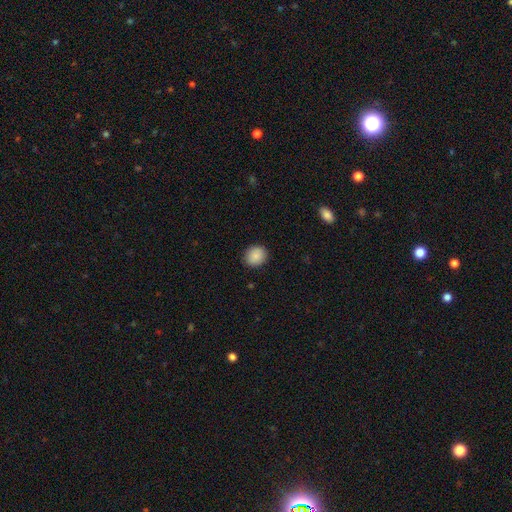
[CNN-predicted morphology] Smooth or featured: smooth — 88% (star or artifact — 8%)
How rounded: round — 73% (in between — 26%)
Merging: none — 89% (minor disturbance — 8%)